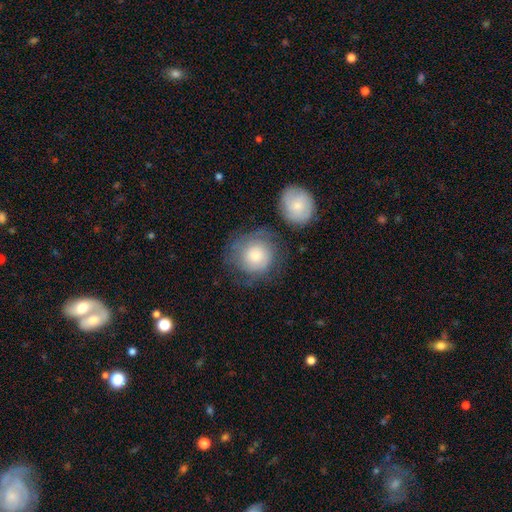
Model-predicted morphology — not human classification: The model was most divided on "smooth or featured": smooth: 62%, featured or disk: 31%, star or artifact: 7%. More confident: how rounded — round (86%); merging — none (57%).